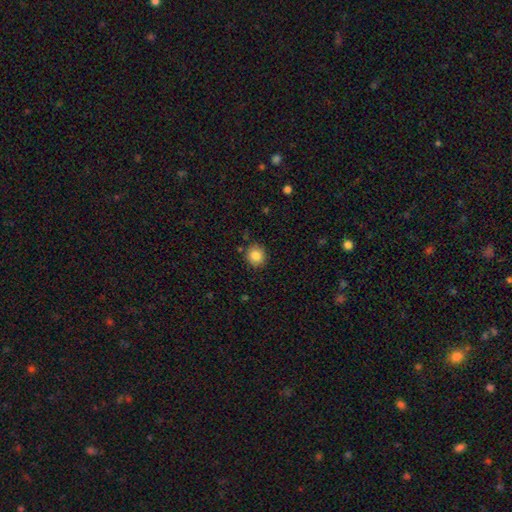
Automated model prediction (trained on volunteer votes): Q: Smooth or featured?
A: smooth (85%); runner-up: star or artifact (9%)
Q: How rounded?
A: round (85%); runner-up: in between (14%)
Q: Merging?
A: none (86%); runner-up: minor disturbance (9%)